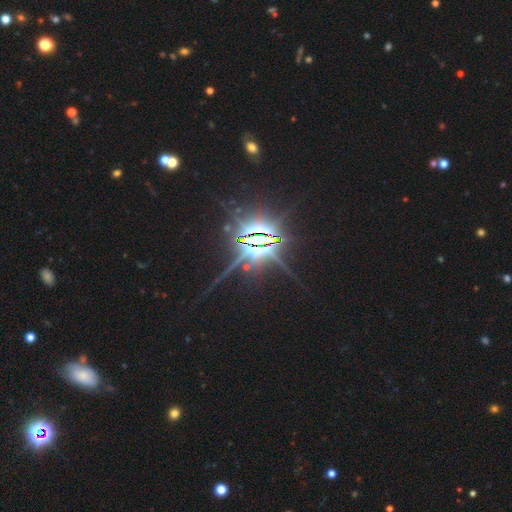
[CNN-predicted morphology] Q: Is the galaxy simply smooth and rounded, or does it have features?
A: star or artifact — 87%.